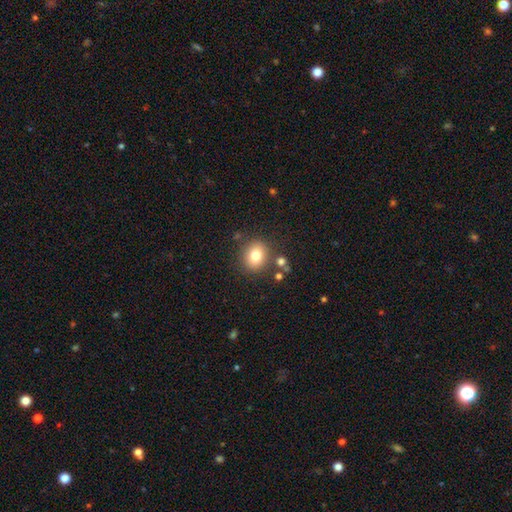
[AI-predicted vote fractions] smooth-or-featured: smooth: 79% | star or artifact: 11% | featured or disk: 10%
  how-rounded: round: 64% | in between: 35% | cigar-shaped: 1%
  merging: none: 81% | minor disturbance: 10% | merger: 6% | major disturbance: 4%